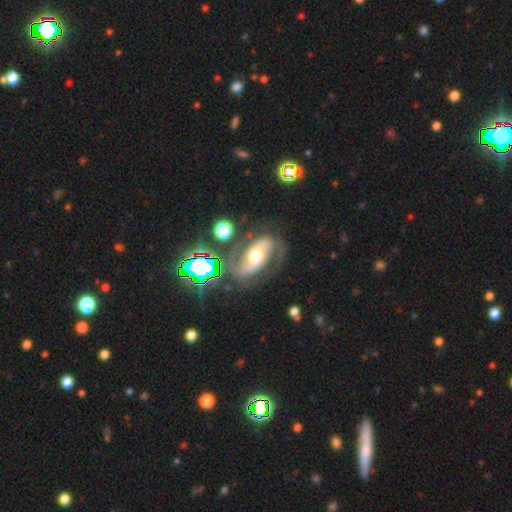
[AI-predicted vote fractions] Overall: featured or disk (79%). Edge-on disk: no (96%). Bar: no (39%; strong 32%). Spiral arms: yes (89%). Spiral arm count: 2 (90%). Spiral winding: medium (47%; loose 35%). Bulge size: moderate (70%). Merging: none (65%).